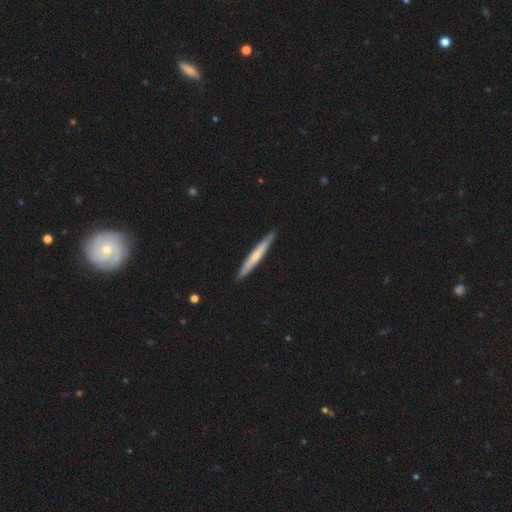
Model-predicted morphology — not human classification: This is possibly a smooth galaxy (51%). How rounded: clearly cigar-shaped (96%). Merging: clearly none (91%).